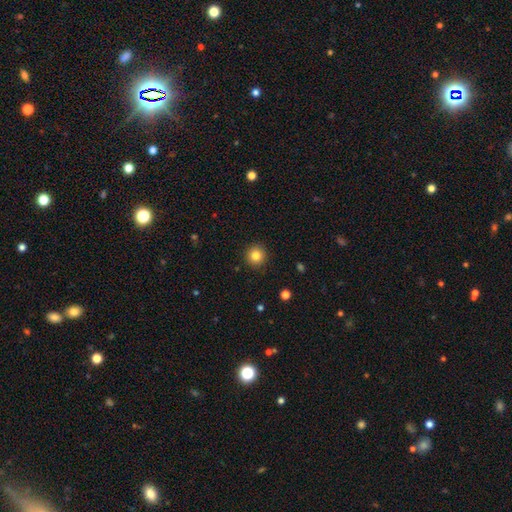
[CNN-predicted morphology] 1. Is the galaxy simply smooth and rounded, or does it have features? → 83% smooth, 11% star or artifact, 6% featured or disk.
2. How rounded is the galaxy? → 95% round, 4% in between, 1% cigar-shaped.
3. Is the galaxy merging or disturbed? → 92% none, 5% minor disturbance, 2% major disturbance, 1% merger.